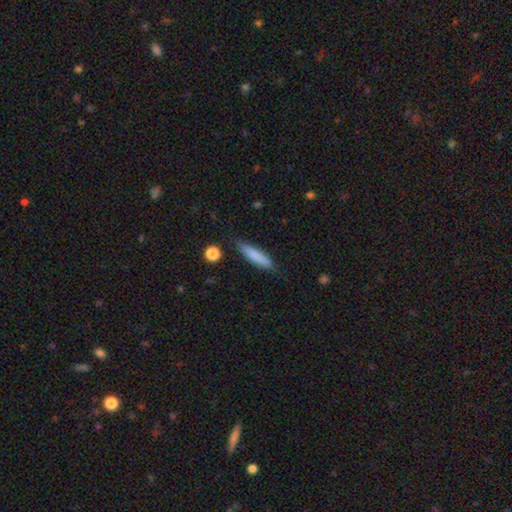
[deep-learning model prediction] Morphology: type=smooth (80%); roundness=cigar-shaped (82%); merging=none (81%).